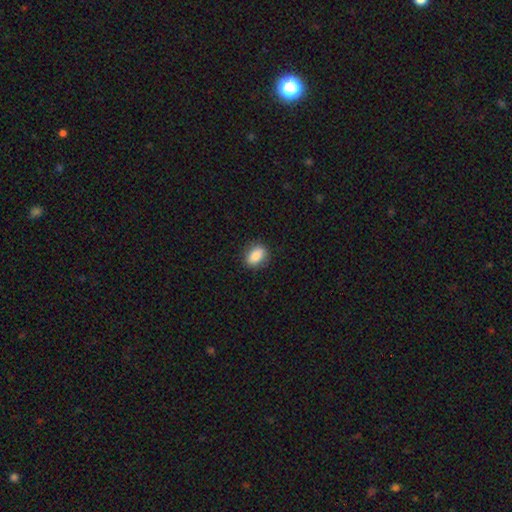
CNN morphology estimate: A smooth galaxy with no disk features (84%) that is in between round and cigar-shaped (78%).

Vote fractions:
- Smooth or featured? smooth: 84% / featured or disk: 8% / star or artifact: 8%
- How rounded? in between: 78% / round: 19% / cigar-shaped: 3%
- Merging? none: 86% / minor disturbance: 11% / major disturbance: 3% / merger: 1%